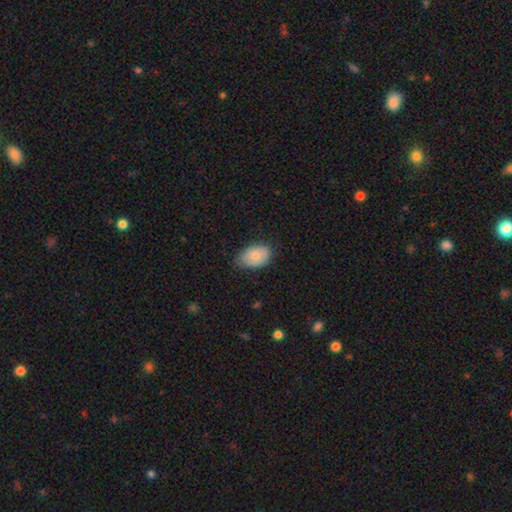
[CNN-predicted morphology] Smooth or featured? smooth (75%)
How rounded? in between (87%)
Merging? none (67%)